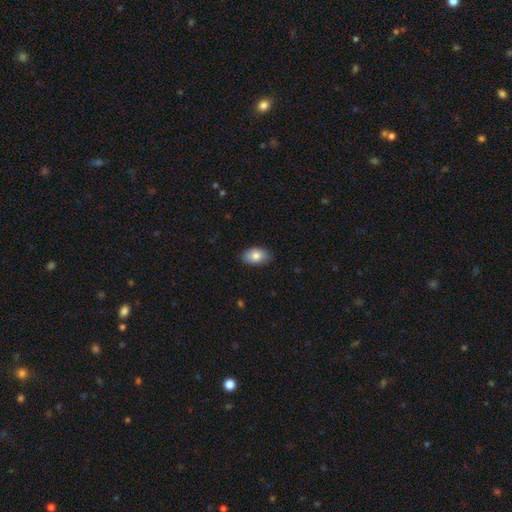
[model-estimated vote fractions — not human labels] Smooth or featured? smooth (83%)
How rounded? in between (90%)
Merging? none (83%)